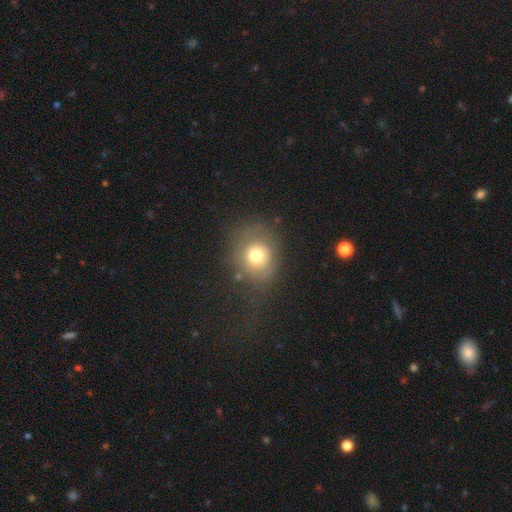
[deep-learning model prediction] The model was most divided on "merging": none: 67%, minor disturbance: 18%, major disturbance: 12%, merger: 3%. More confident: how rounded — round (74%); smooth or featured — smooth (72%).